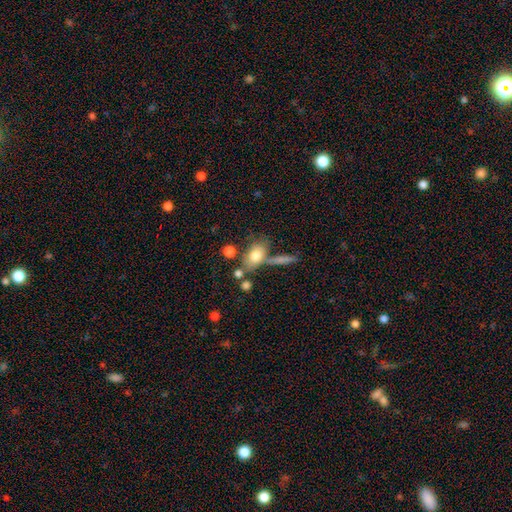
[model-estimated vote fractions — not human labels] Overall: smooth (73%). How rounded: in between (76%). Merging: none (54%; merger 22%).